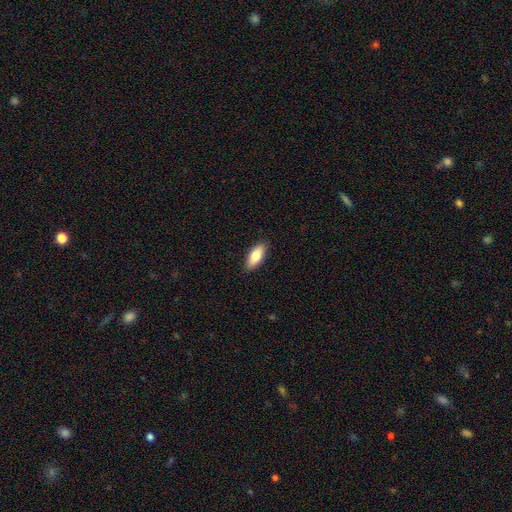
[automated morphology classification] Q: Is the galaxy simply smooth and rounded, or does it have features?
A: smooth — 80%.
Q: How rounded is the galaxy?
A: in between — 78%.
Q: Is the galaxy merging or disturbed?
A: none — 88%.